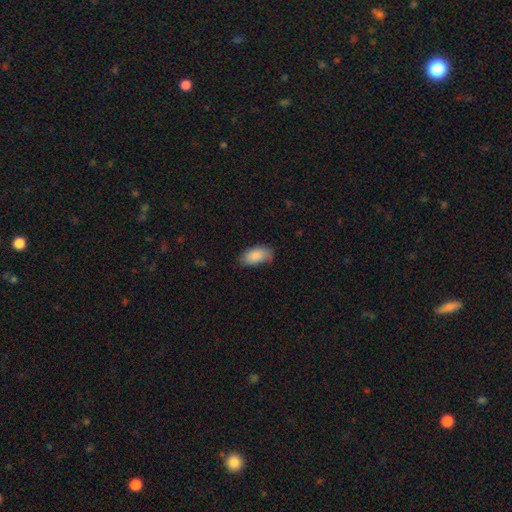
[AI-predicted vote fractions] A smooth galaxy with no disk features (87%) that is in between round and cigar-shaped (94%).

Vote fractions:
- Smooth or featured? smooth: 87% / star or artifact: 6% / featured or disk: 6%
- How rounded? in between: 94% / cigar-shaped: 3% / round: 3%
- Merging? none: 68% / minor disturbance: 25% / major disturbance: 5% / merger: 1%